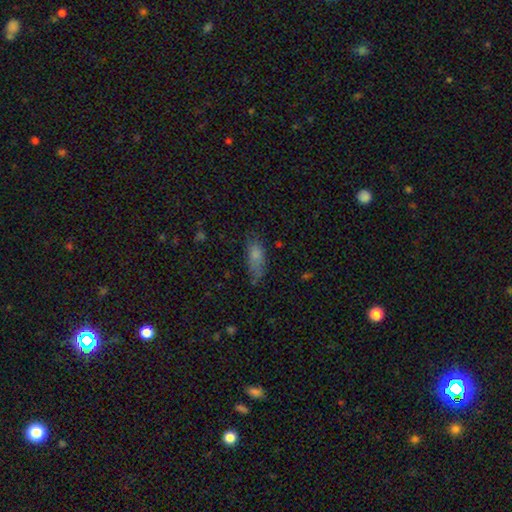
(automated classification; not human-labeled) The model was most divided on "merging": none: 56%, minor disturbance: 28%, major disturbance: 11%, merger: 4%. More confident: smooth or featured — smooth (77%); how rounded — in between (72%).